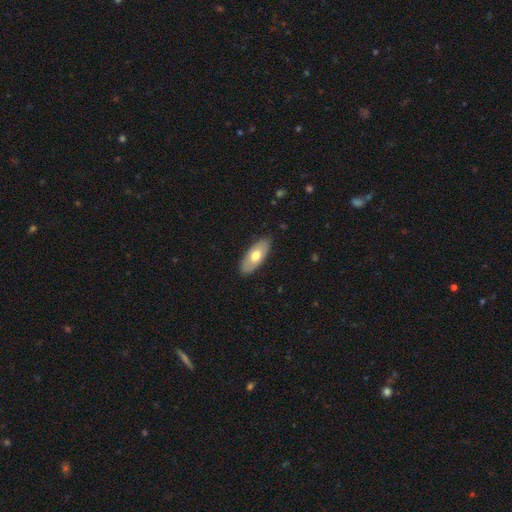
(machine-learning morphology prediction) Smooth or featured? Predicted: smooth (p=0.64). How rounded? Predicted: in between (p=0.88). Merging? Predicted: none (p=0.86).